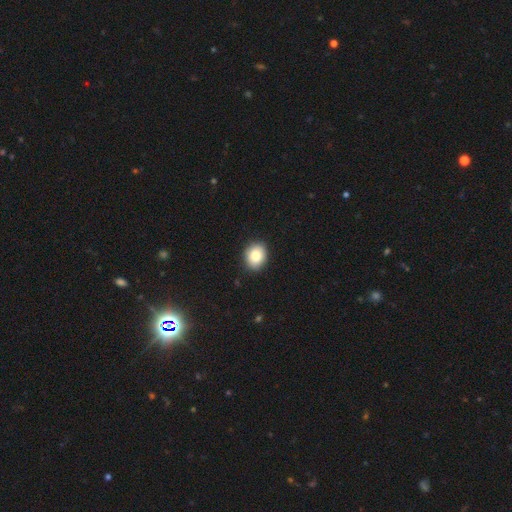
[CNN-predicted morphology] A smooth galaxy with no disk features (83%) that is round (55%). Merging: none (88%).